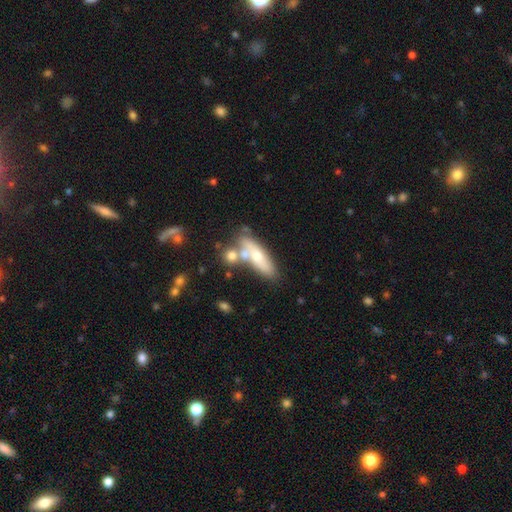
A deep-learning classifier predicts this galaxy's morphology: A smooth galaxy with no disk features (54%) that is cigar-shaped (49%).

Vote fractions:
- Smooth or featured? smooth: 54% / featured or disk: 38% / star or artifact: 8%
- How rounded? cigar-shaped: 49% / in between: 47% / round: 4%
- Merging? none: 48% / merger: 28% / minor disturbance: 17% / major disturbance: 6%